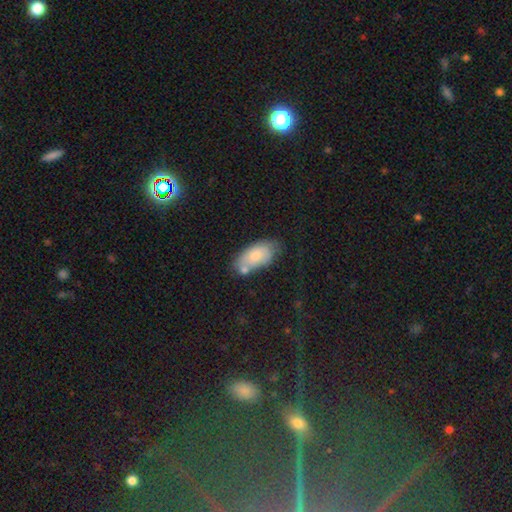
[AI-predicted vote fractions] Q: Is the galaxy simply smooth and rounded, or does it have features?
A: smooth — 73%.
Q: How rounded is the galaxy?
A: in between — 92%.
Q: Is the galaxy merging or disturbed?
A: none — 52%.